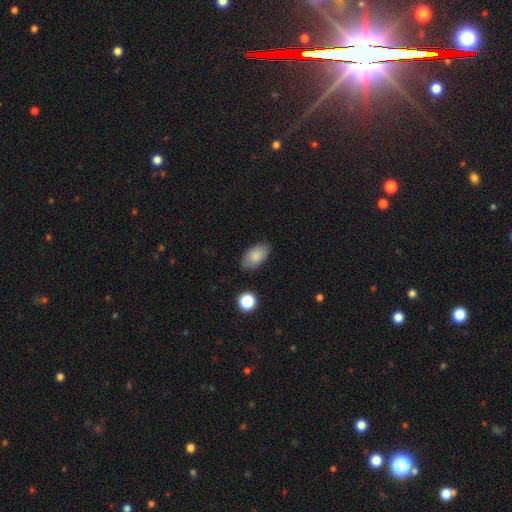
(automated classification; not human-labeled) smooth 83%, featured or disk 9%, star or artifact 7%. Down the decision tree: how rounded — in between (93%); merging — none (83%).